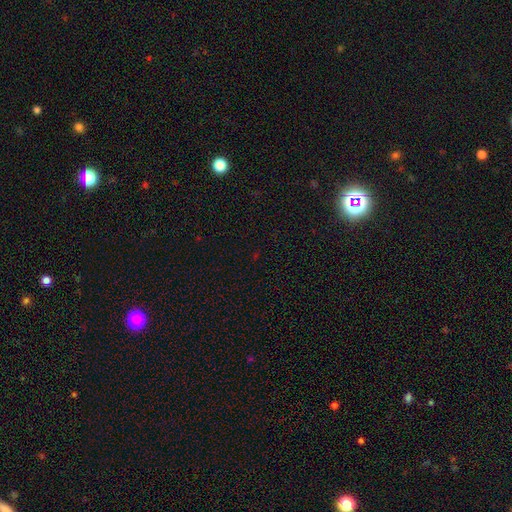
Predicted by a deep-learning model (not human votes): This is likely a star or artifact rather than a galaxy (70%).